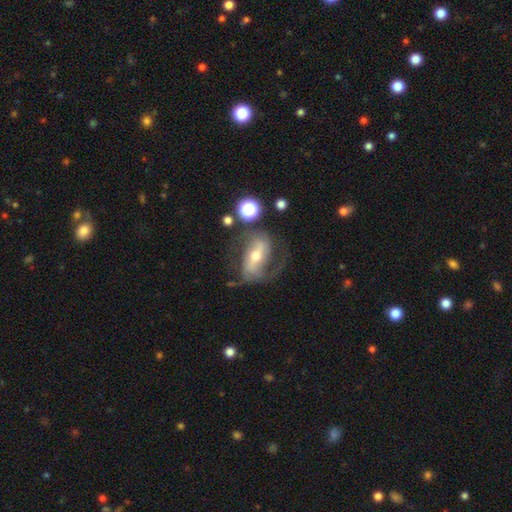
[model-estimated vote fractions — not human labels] This is likely a featured or disk galaxy (77%). It is clearly not viewed edge-on (93%). Bar: possibly strong (49%). Spiral arm pattern: clearly yes (85%). Spiral arm count: likely 2 (73%). Spiral winding: marginally medium (44%). Central bulge: possibly moderate (54%). Merging: possibly none (53%).